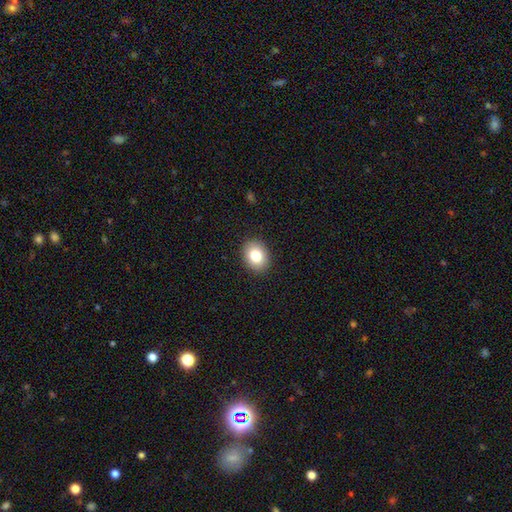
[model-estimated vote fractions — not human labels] Q: Smooth or featured?
A: smooth (82%); runner-up: star or artifact (9%)
Q: How rounded?
A: in between (56%); runner-up: round (43%)
Q: Merging?
A: none (90%); runner-up: minor disturbance (7%)